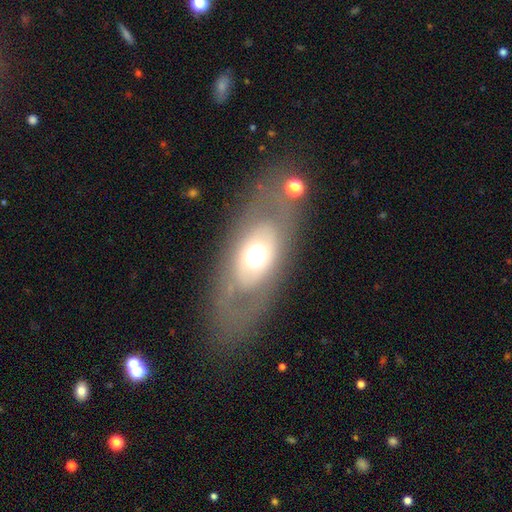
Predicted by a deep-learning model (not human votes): Q: Smooth or featured?
A: featured or disk (48%); runner-up: smooth (42%)
Q: Merging?
A: none (76%); runner-up: minor disturbance (11%)